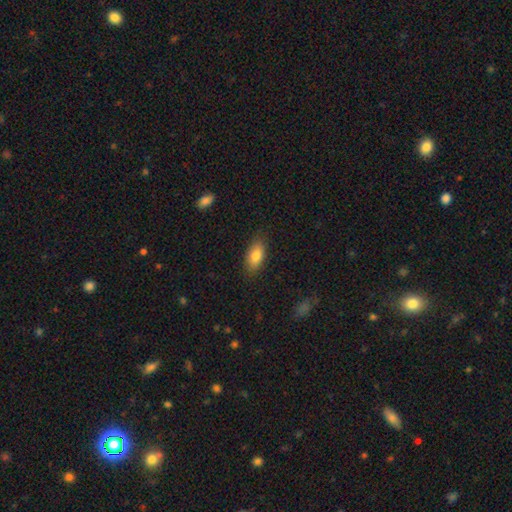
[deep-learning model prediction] Morphology: type=smooth (81%); roundness=in between (89%); merging=none (84%).